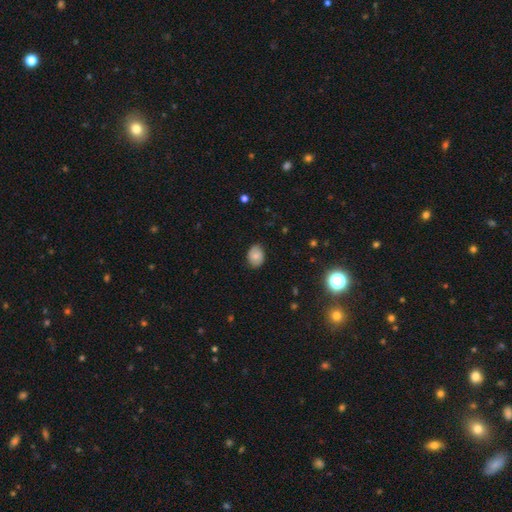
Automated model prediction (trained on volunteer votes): smooth-or-featured: smooth: 77% | featured or disk: 14% | star or artifact: 9%
  how-rounded: in between: 63% | round: 36% | cigar-shaped: 1%
  merging: none: 82% | minor disturbance: 15% | major disturbance: 3% | merger: 1%